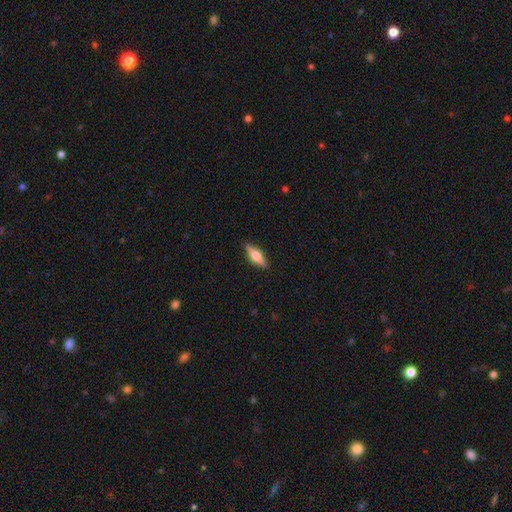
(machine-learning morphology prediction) smooth_or_featured: featured or disk (p=0.48) [alt: smooth p=0.46]
merging: none (p=0.88) [alt: minor disturbance p=0.09]